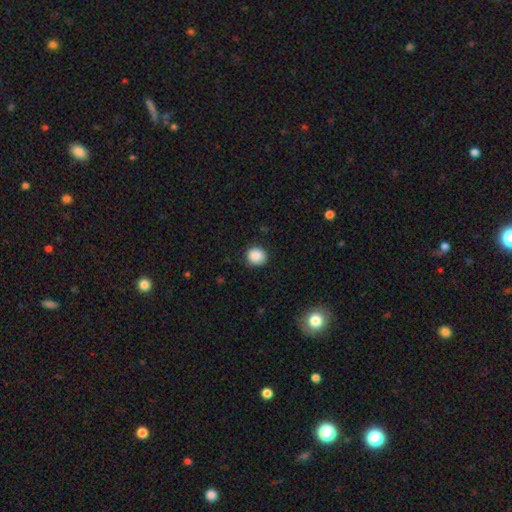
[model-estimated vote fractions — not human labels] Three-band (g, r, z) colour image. It shows a smooth galaxy with no disk features (88%) that is round (87%). Merging: none (86%).